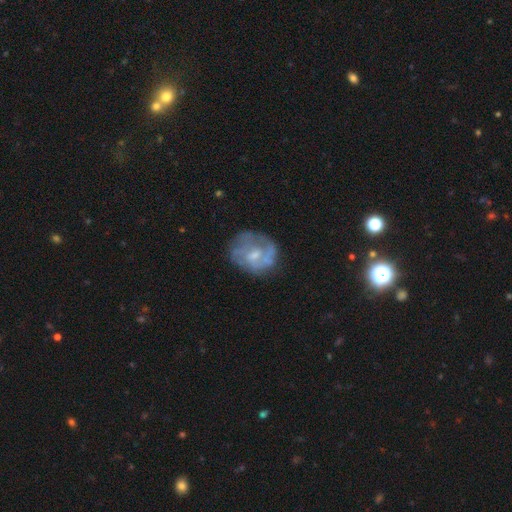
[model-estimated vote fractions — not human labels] Q: Smooth or featured?
A: featured or disk (66%); runner-up: smooth (26%)
Q: Edge-on disk?
A: no (97%); runner-up: yes (3%)
Q: Bar?
A: no (53%); runner-up: weak (40%)
Q: Spiral arms?
A: yes (67%); runner-up: no (33%)
Q: Bulge size?
A: moderate (44%); runner-up: small (42%)
Q: Merging?
A: none (62%); runner-up: minor disturbance (22%)